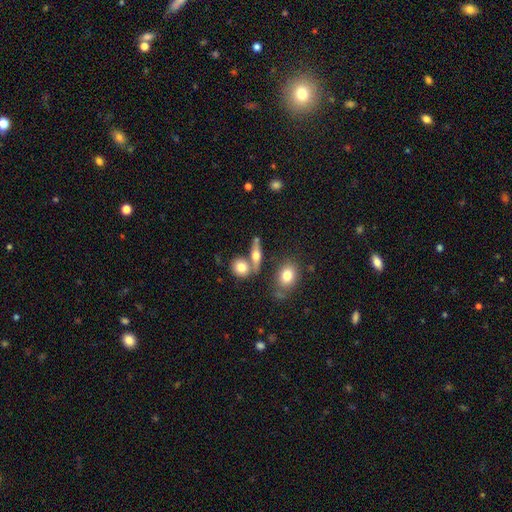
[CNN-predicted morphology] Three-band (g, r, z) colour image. It shows a smooth galaxy with no disk features (48%). Merging: none (63%).